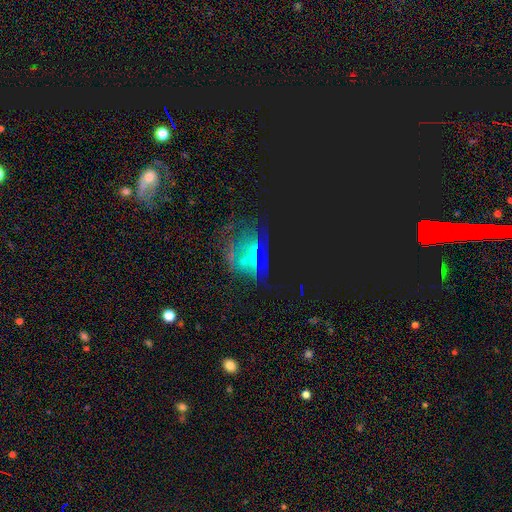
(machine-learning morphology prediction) Smooth or featured? Predicted: star or artifact (p=0.56).